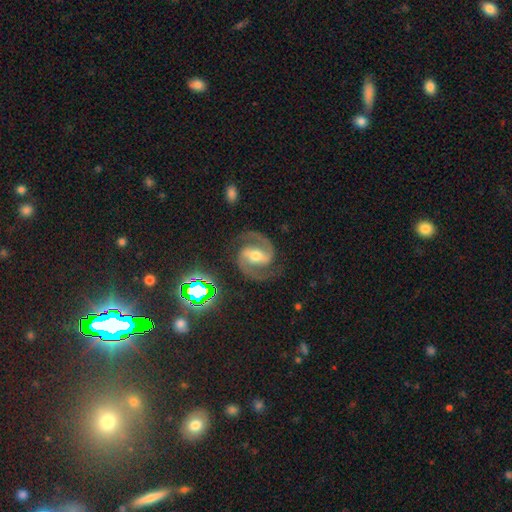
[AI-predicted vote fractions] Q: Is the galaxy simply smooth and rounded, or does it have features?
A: featured or disk — 90%.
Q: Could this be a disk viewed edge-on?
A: no — 98%.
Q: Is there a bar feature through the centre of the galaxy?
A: strong — 52%.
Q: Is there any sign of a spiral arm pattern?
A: yes — 98%.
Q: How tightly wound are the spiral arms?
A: medium — 64%.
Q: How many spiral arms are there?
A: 2 — 95%.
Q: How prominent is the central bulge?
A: moderate — 63%.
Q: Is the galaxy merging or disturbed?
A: none — 84%.